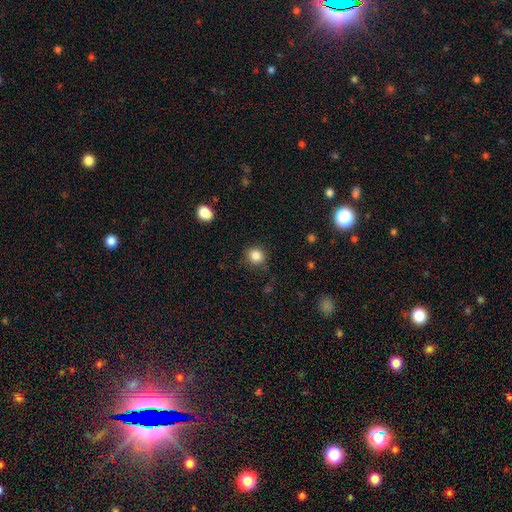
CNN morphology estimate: Smooth or featured?
  - smooth: 85% *
  - star or artifact: 11%
  - featured or disk: 4%
How rounded?
  - round: 88% *
  - in between: 11%
  - cigar-shaped: 1%
Merging?
  - none: 86% *
  - minor disturbance: 10%
  - major disturbance: 3%
  - merger: 1%